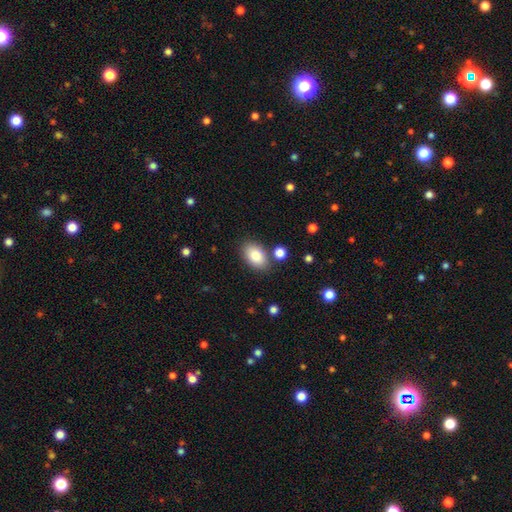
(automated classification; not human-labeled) Smooth or featured? smooth (83%)
How rounded? in between (91%)
Merging? none (80%)